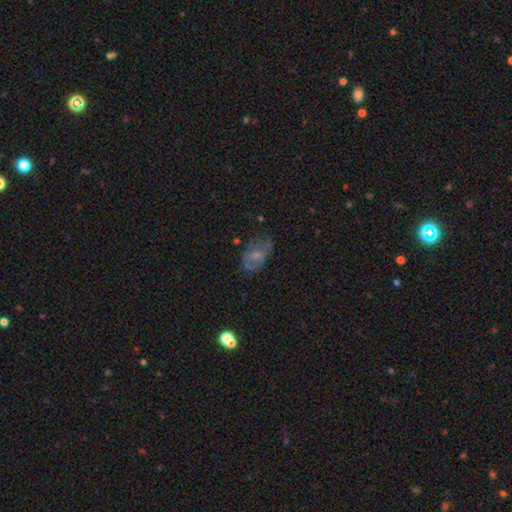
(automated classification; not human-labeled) Q: Smooth or featured?
A: featured or disk (44%); runner-up: smooth (43%)
Q: Merging?
A: none (53%); runner-up: minor disturbance (26%)